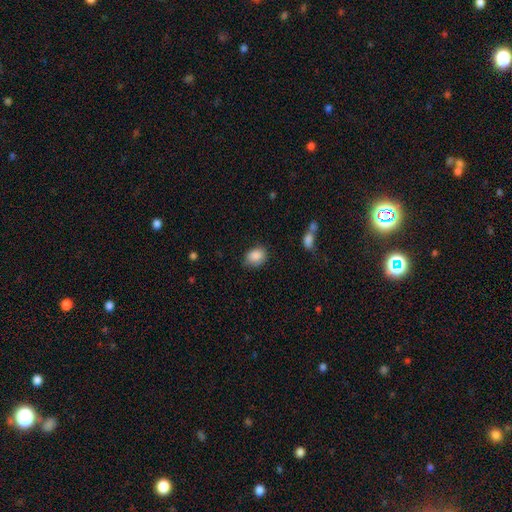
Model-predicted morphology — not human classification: The model was most divided on "how rounded": in between: 58%, round: 41%, cigar-shaped: 1%. More confident: smooth or featured — smooth (88%); merging — none (69%).